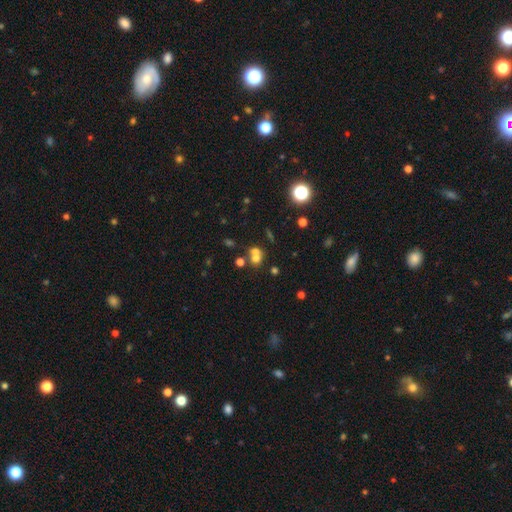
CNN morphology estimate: Smooth or featured?
  - smooth: 60% *
  - star or artifact: 22%
  - featured or disk: 18%
How rounded?
  - round: 80% *
  - in between: 19%
  - cigar-shaped: 1%
Merging?
  - merger: 50% *
  - none: 40%
  - minor disturbance: 7%
  - major disturbance: 4%